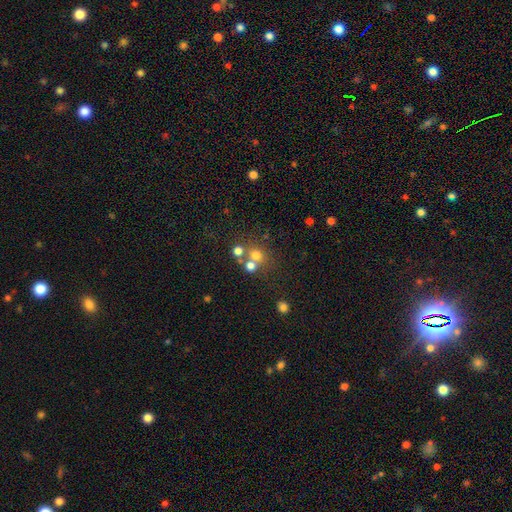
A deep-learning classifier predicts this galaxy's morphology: smooth_or_featured: smooth (p=0.65) [alt: star or artifact p=0.20]
how_rounded: round (p=0.84) [alt: in between p=0.15]
merging: none (p=0.53) [alt: merger p=0.34]